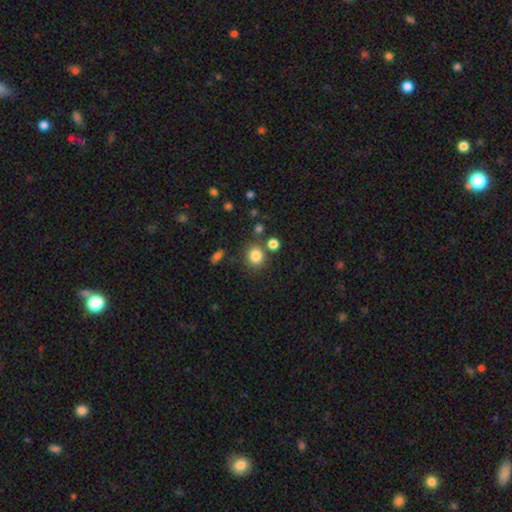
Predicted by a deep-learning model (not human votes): Overall: smooth (83%). How rounded: round (81%). Merging: none (75%).